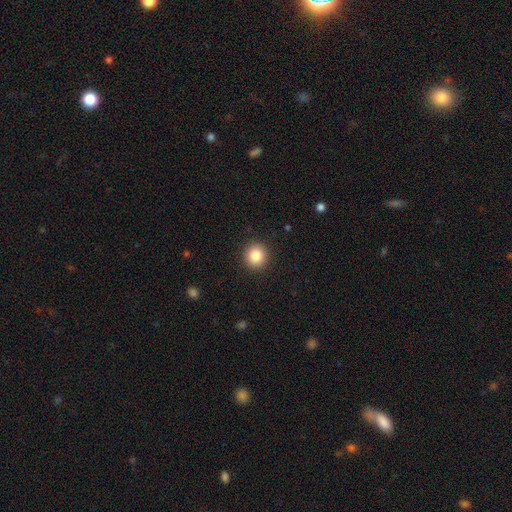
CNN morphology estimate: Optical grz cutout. It shows a smooth galaxy with no disk features (86%) that is round (90%). Merging: none (91%).